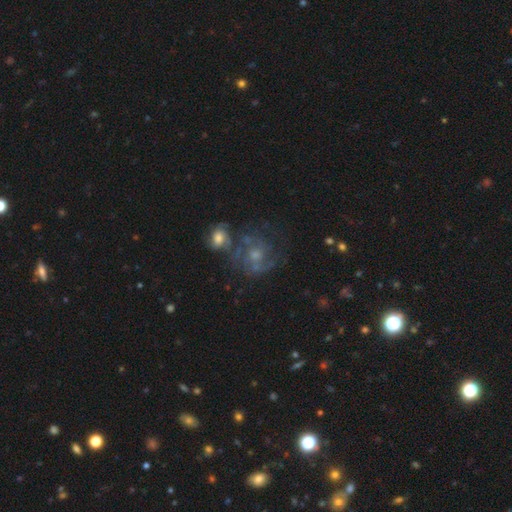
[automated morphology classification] Q: Smooth or featured?
A: featured or disk (67%); runner-up: smooth (21%)
Q: Edge-on disk?
A: no (98%); runner-up: yes (2%)
Q: Bar?
A: no (75%); runner-up: weak (21%)
Q: Spiral arms?
A: yes (75%); runner-up: no (25%)
Q: Bulge size?
A: moderate (51%); runner-up: small (30%)
Q: Merging?
A: none (43%); runner-up: merger (24%)